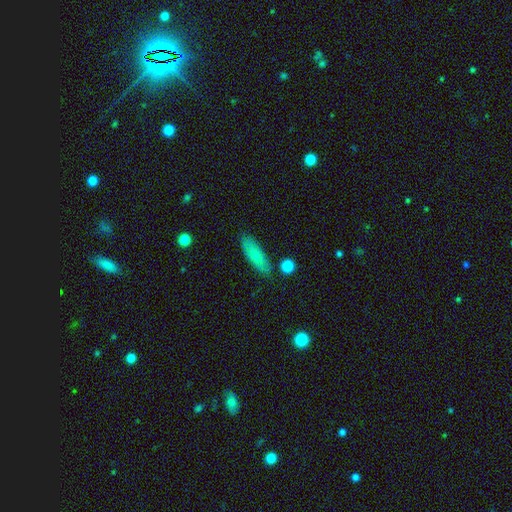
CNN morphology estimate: smooth_or_featured: smooth (p=0.69) [alt: featured or disk p=0.24]
how_rounded: in between (p=0.54) [alt: cigar-shaped p=0.43]
merging: none (p=0.82) [alt: minor disturbance p=0.12]